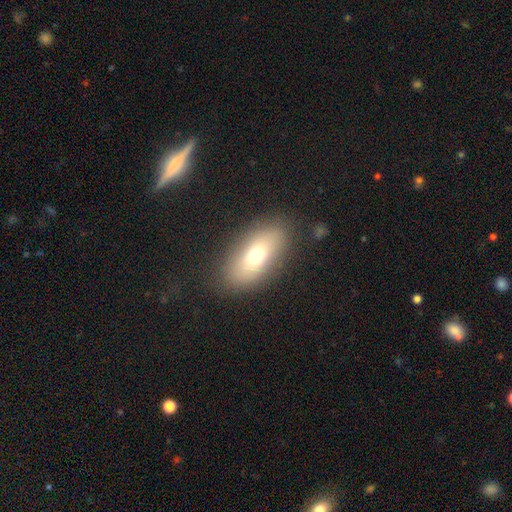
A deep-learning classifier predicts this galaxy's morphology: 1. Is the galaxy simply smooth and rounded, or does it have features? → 69% smooth, 22% featured or disk, 9% star or artifact.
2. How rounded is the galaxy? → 86% in between, 9% cigar-shaped, 5% round.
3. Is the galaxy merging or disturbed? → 83% none, 11% minor disturbance, 4% major disturbance, 2% merger.